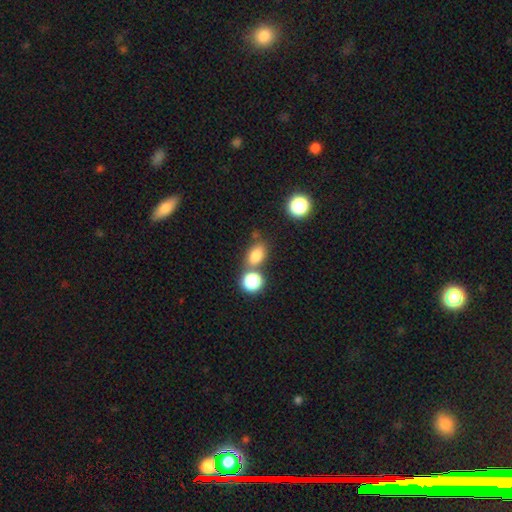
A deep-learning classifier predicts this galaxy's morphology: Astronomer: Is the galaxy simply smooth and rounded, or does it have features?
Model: smooth — 81%.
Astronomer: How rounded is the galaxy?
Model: in between — 72%.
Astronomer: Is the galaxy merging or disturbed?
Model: none — 54% (runner-up: merger, 31%).